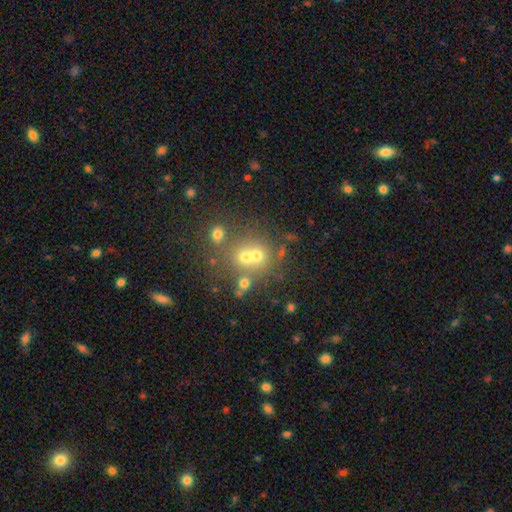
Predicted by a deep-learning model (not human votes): Smooth or featured? Predicted: smooth (p=0.51). How rounded? Predicted: round (p=0.79). Merging? Predicted: none (p=0.44).